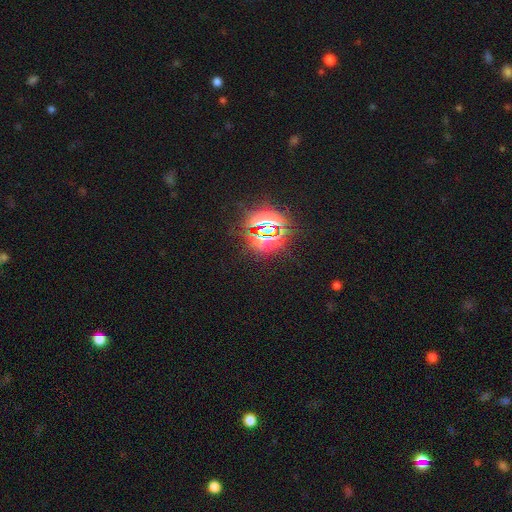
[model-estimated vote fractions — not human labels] Overall: star or artifact (83%).